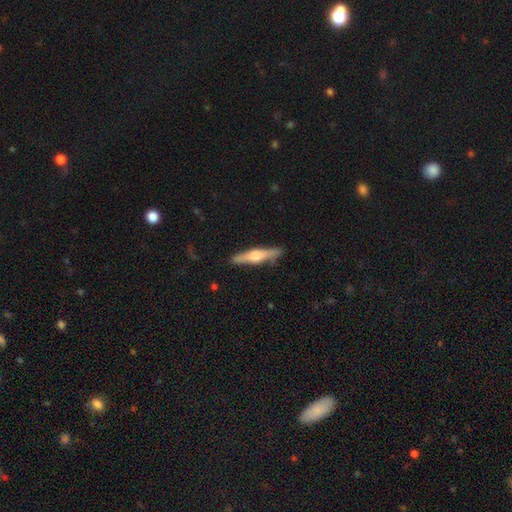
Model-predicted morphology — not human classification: This is likely a featured or disk galaxy (63%). It is clearly viewed edge-on (97%). Edge-on bulge: clearly rounded (86%). Merging: clearly none (87%).